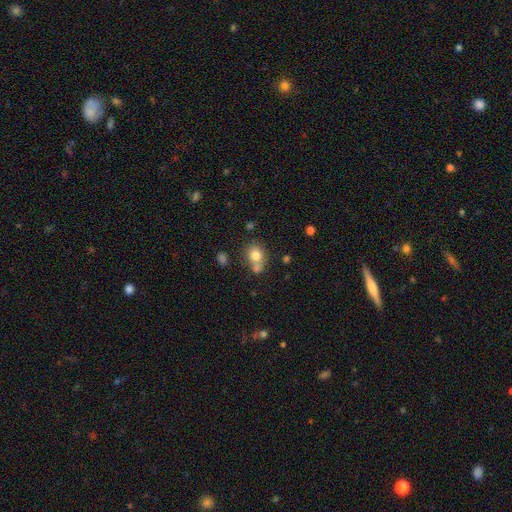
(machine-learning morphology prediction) Smooth or featured: smooth — 78% (featured or disk — 11%)
How rounded: round — 68% (in between — 31%)
Merging: none — 50% (merger — 34%)